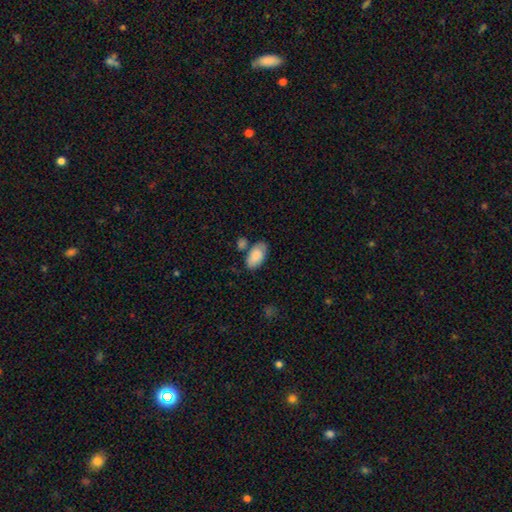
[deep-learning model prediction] Q: Smooth or featured?
A: smooth (86%); runner-up: featured or disk (8%)
Q: How rounded?
A: in between (95%); runner-up: round (3%)
Q: Merging?
A: none (63%); runner-up: minor disturbance (19%)